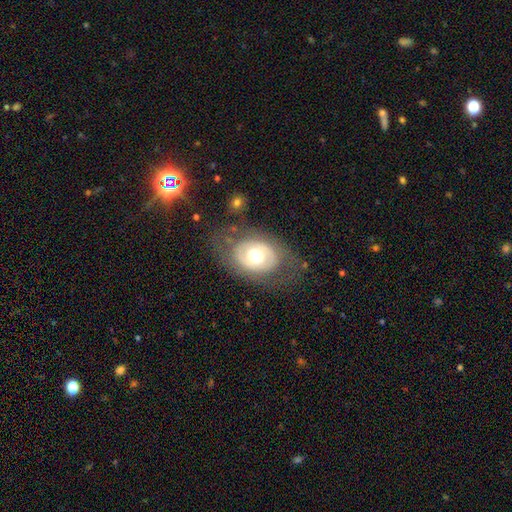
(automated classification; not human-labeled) Smooth or featured: featured or disk — 48% (smooth — 45%)
Merging: none — 71% (minor disturbance — 15%)